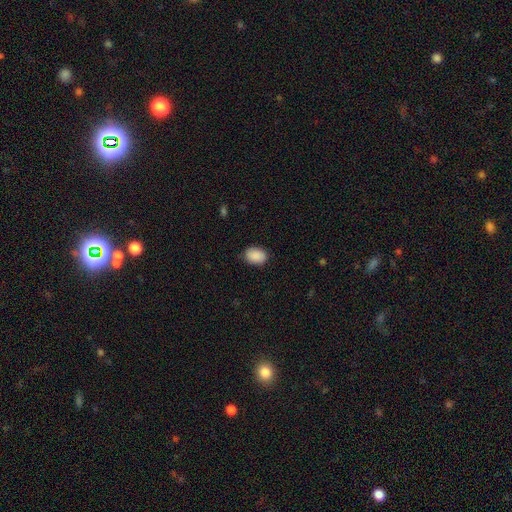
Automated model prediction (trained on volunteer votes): This is clearly a smooth galaxy (90%). How rounded: likely in between (74%). Merging: clearly none (82%).